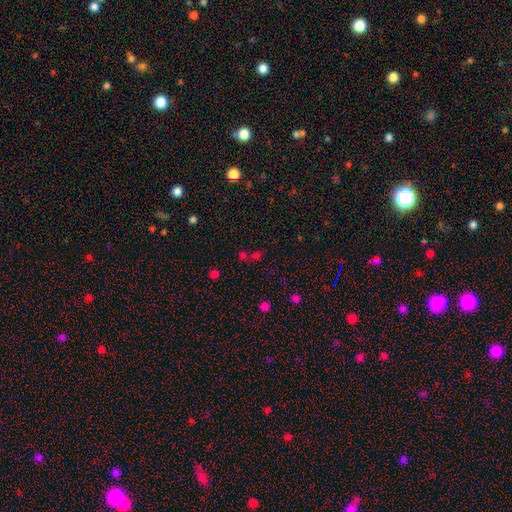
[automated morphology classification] smooth 48%, star or artifact 42%, featured or disk 10%. Down the decision tree: merging — none (43%).